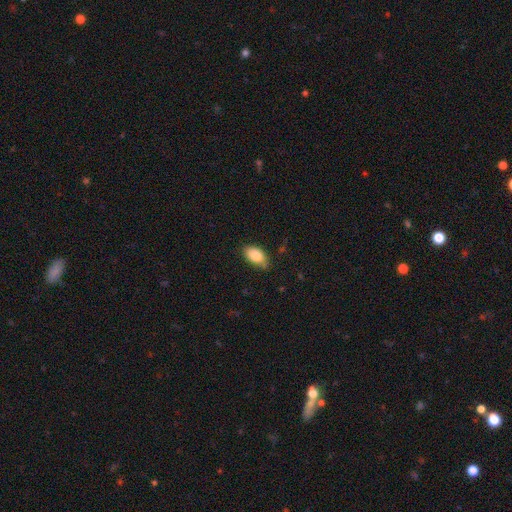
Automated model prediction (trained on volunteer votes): This appears to be a smooth galaxy with no disk features (83%) that is in between round and cigar-shaped (93%). Merging: none (70%).